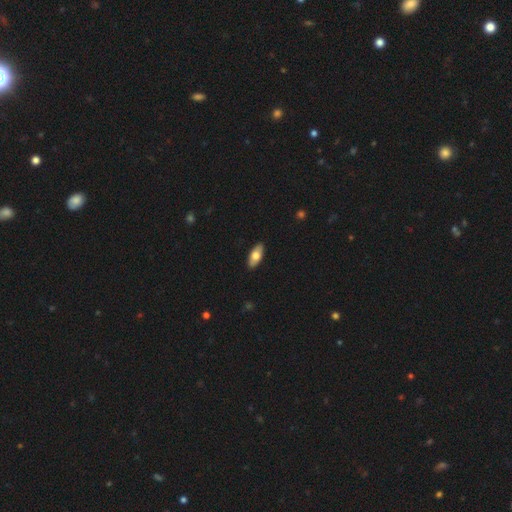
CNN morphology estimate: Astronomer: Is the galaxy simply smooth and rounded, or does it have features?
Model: smooth — 72%.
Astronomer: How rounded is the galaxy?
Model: in between — 86%.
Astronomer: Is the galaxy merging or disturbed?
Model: none — 90%.